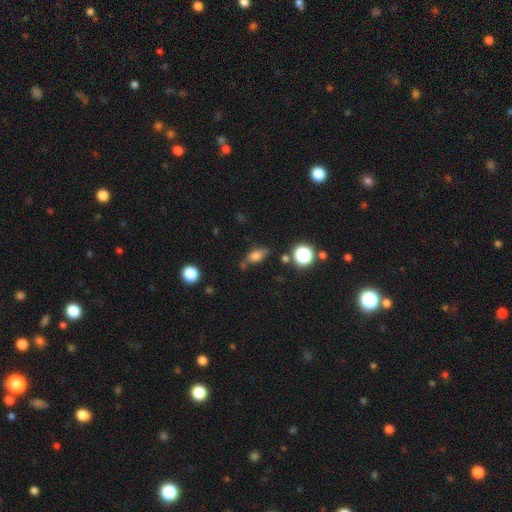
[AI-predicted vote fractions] A smooth galaxy with no disk features (70%) that is in between round and cigar-shaped (74%).

Vote fractions:
- Smooth or featured? smooth: 70% / featured or disk: 16% / star or artifact: 13%
- How rounded? in between: 74% / round: 14% / cigar-shaped: 12%
- Merging? none: 68% / minor disturbance: 20% / merger: 7% / major disturbance: 6%